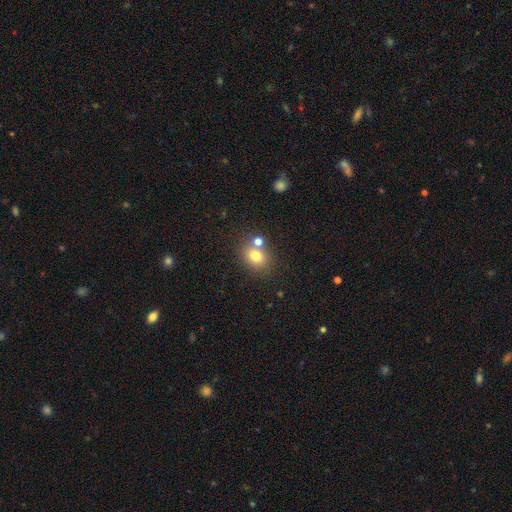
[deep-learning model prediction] The model was most divided on "how rounded": round: 60%, in between: 39%, cigar-shaped: 1%. More confident: smooth or featured — smooth (75%); merging — none (63%).